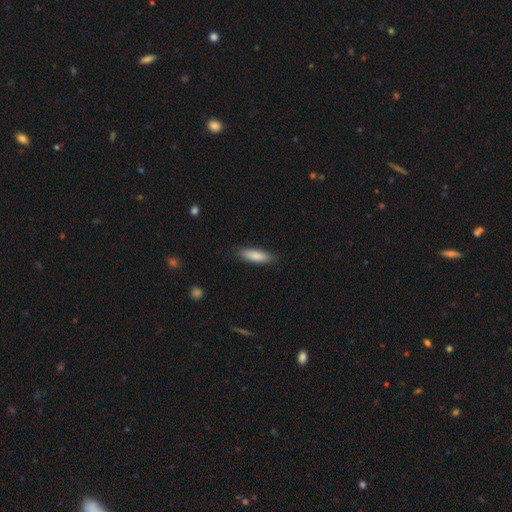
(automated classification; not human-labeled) The model was most divided on "how rounded": cigar-shaped: 55%, in between: 44%, round: 2%. More confident: merging — none (87%); smooth or featured — smooth (86%).